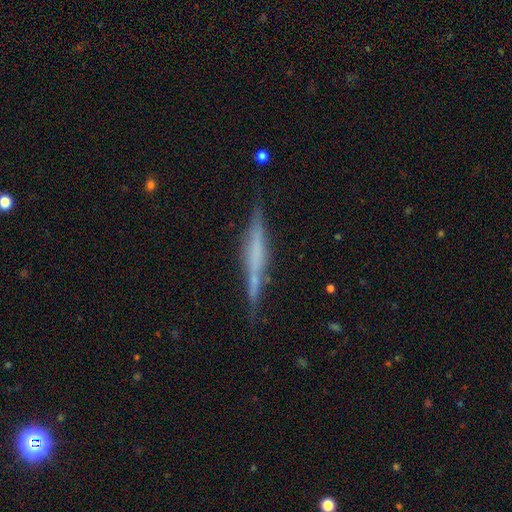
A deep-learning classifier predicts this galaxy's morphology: A featured or disk galaxy (60%) viewed edge-on (96%) with no central bulge (59%).

Vote fractions:
- Smooth or featured? featured or disk: 60% / smooth: 33% / star or artifact: 7%
- Edge-on disk? yes: 96% / no: 4%
- Edge-on bulge? none: 59% / boxy: 22% / rounded: 20%
- Merging? none: 79% / minor disturbance: 15% / major disturbance: 3% / merger: 3%